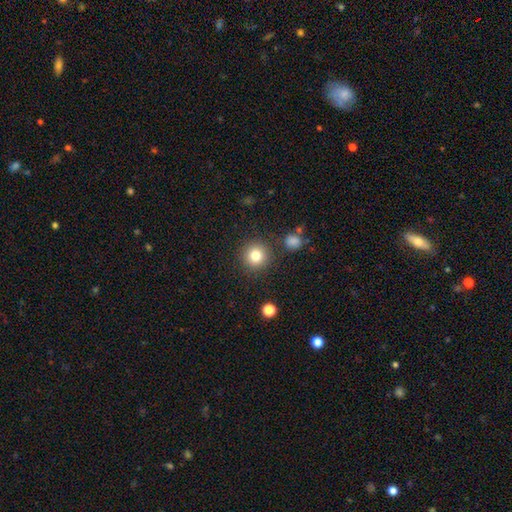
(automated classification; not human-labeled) Overall: smooth (81%). How rounded: round (94%). Merging: none (87%).